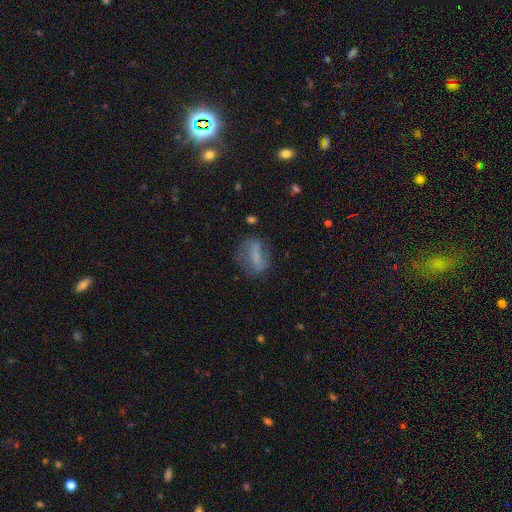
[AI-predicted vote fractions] Morphology: type=smooth (53%); roundness=in between (62%); merging=none (56%).